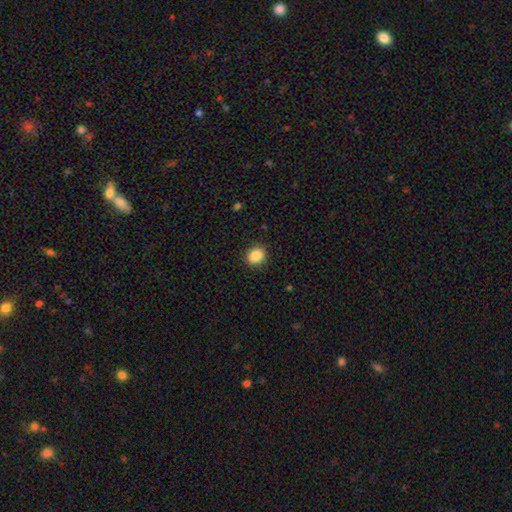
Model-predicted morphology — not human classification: Smooth or featured? Predicted: smooth (p=0.88). How rounded? Predicted: round (p=0.65). Merging? Predicted: none (p=0.88).